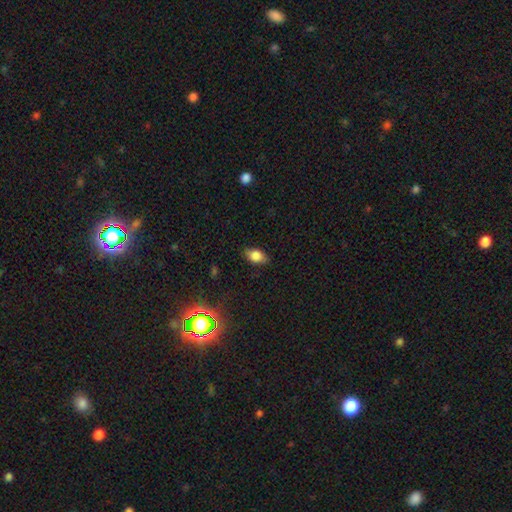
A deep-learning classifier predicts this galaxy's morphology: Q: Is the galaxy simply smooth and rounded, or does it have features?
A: smooth — 78%.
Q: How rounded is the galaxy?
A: in between — 88%.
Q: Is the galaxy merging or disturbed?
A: none — 82%.